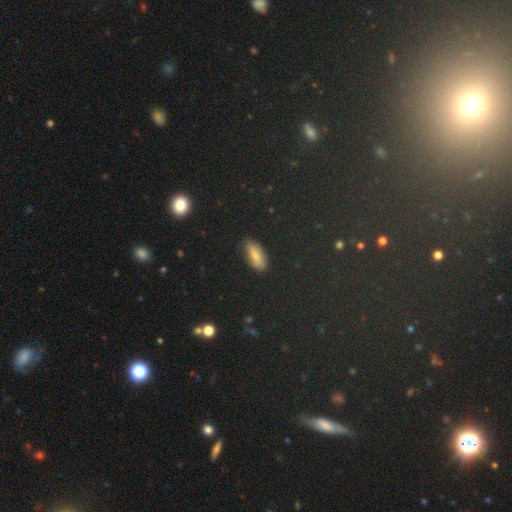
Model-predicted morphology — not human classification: A smooth galaxy with no disk features (62%) that is in between round and cigar-shaped (78%).

Vote fractions:
- Smooth or featured? smooth: 62% / star or artifact: 19% / featured or disk: 19%
- How rounded? in between: 78% / cigar-shaped: 17% / round: 5%
- Merging? none: 80% / minor disturbance: 15% / major disturbance: 3% / merger: 2%